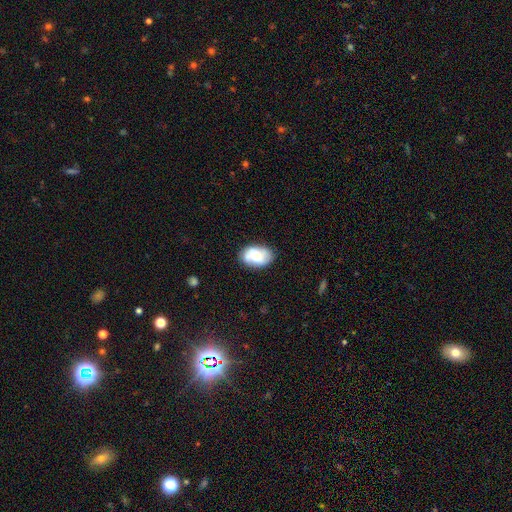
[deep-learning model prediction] The model was most divided on "smooth or featured": smooth: 61%, featured or disk: 32%, star or artifact: 8%. More confident: how rounded — in between (86%); merging — none (73%).